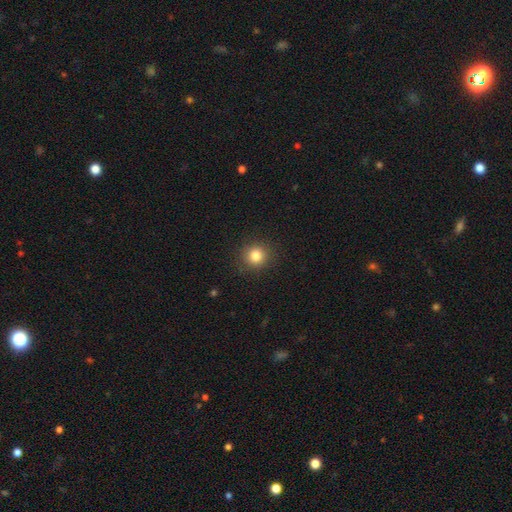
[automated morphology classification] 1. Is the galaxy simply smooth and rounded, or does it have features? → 82% smooth, 12% star or artifact, 6% featured or disk.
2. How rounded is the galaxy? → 91% round, 8% in between, 1% cigar-shaped.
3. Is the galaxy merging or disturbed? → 90% none, 6% minor disturbance, 2% major disturbance, 1% merger.